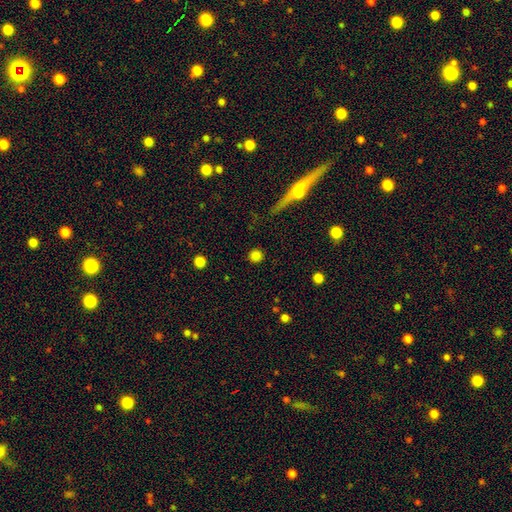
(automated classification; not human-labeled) smooth_or_featured: smooth (p=0.84) [alt: star or artifact p=0.12]
how_rounded: round (p=0.93) [alt: in between p=0.05]
merging: none (p=0.91) [alt: minor disturbance p=0.05]